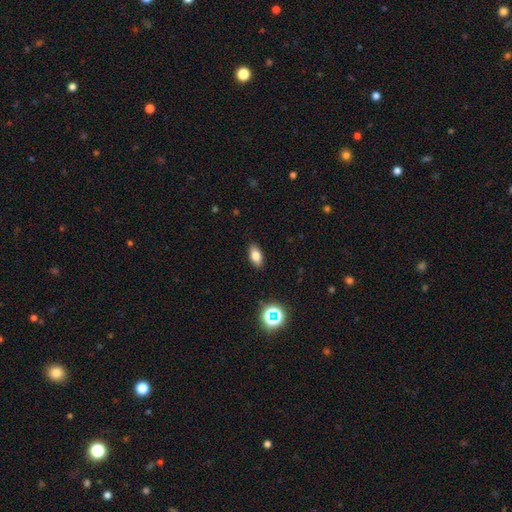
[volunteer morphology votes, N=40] Smooth or featured? smooth (62%)
How rounded? in between (84%)
Merging? none (94%)